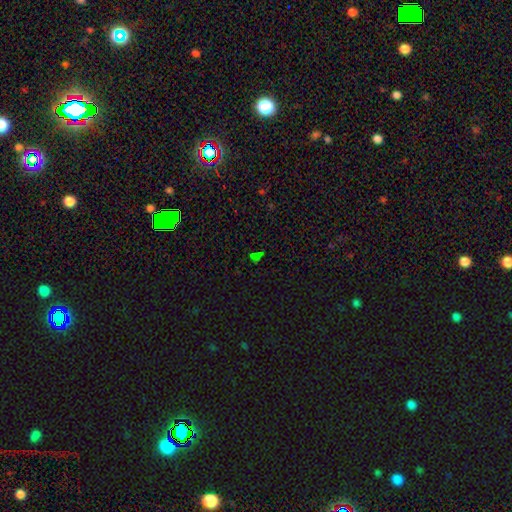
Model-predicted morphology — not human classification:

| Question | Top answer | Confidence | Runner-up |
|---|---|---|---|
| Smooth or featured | star or artifact | 62% | smooth (28%) |